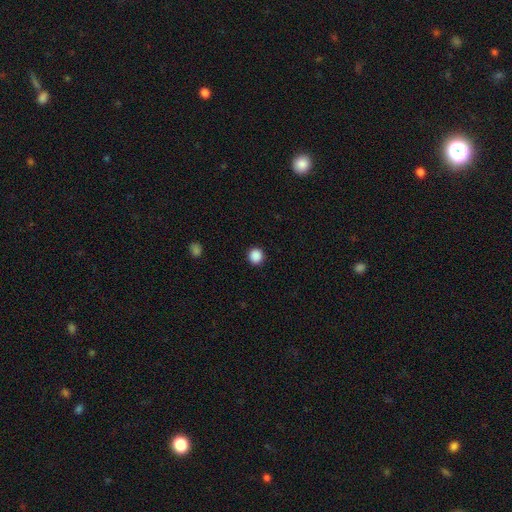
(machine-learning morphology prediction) type=smooth (89%); roundness=round (93%); merging=none (93%).